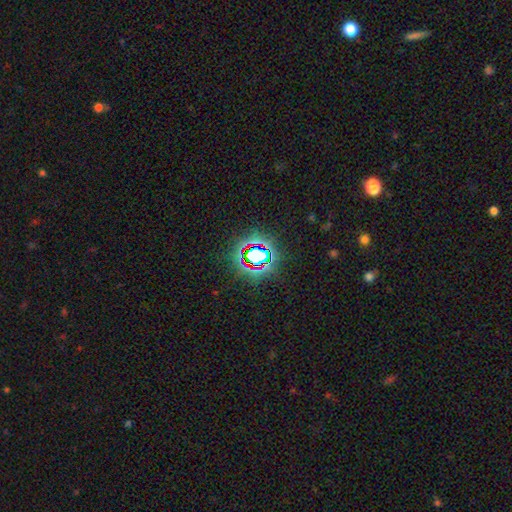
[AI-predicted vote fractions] A star or artifact, not a galaxy (71%).

Vote fractions:
- Smooth or featured? star or artifact: 71% / smooth: 18% / featured or disk: 11%